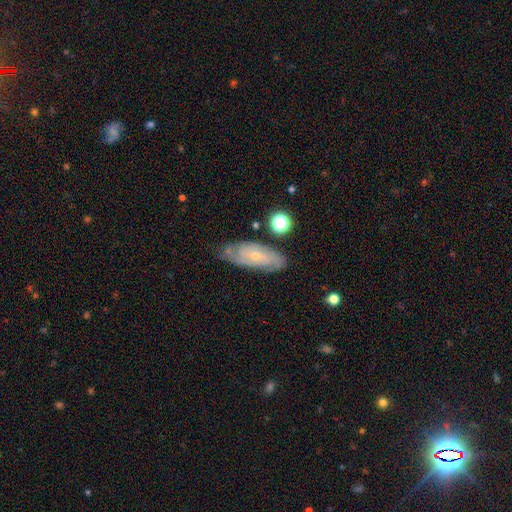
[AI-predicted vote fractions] The model was most divided on "spiral arm count": 2: 44%, can't tell: 31%, 3: 14%, 4: 5%, 1: 3%, more than 4: 3%. More confident: spiral arms — yes (93%); edge-on disk — no (91%); smooth or featured — featured or disk (75%); bulge size — small (74%); merging — none (73%); spiral winding — tight (61%); bar — no (60%).